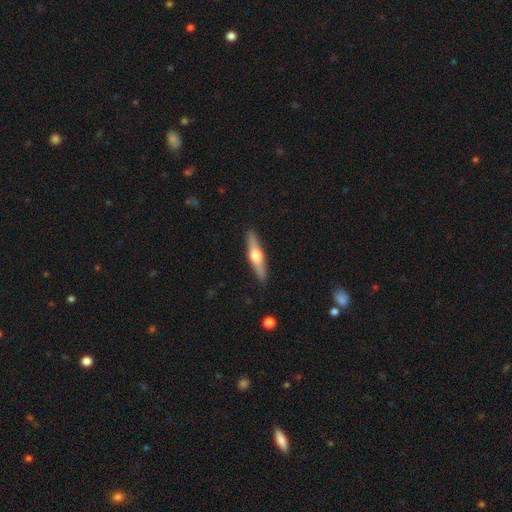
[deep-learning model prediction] Overall: featured or disk (58%; smooth 37%). Edge-on disk: yes (95%). Edge-on bulge: rounded (94%). Merging: none (90%).